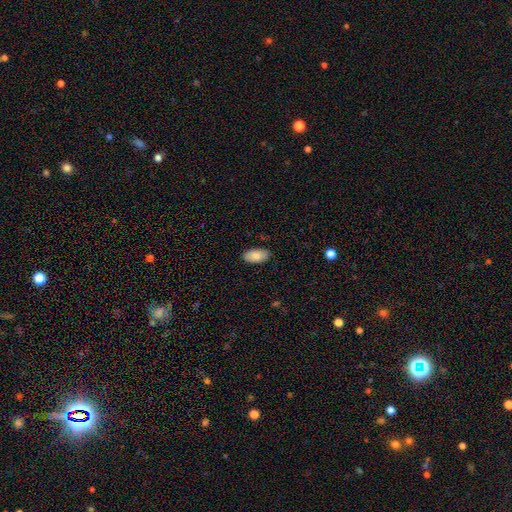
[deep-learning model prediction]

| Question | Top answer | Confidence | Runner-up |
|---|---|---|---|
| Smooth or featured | smooth | 83% | featured or disk (10%) |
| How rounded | in between | 95% | round (3%) |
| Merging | none | 87% | minor disturbance (10%) |